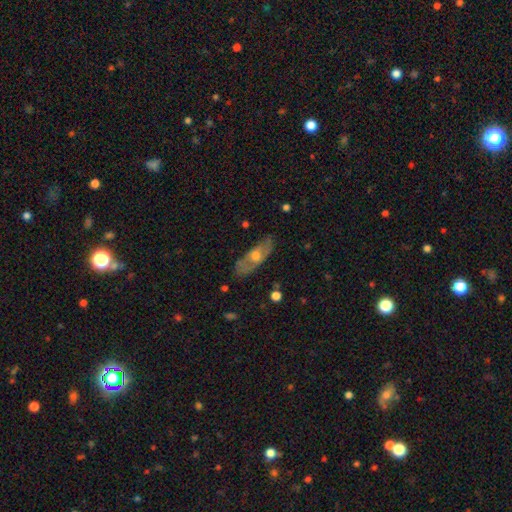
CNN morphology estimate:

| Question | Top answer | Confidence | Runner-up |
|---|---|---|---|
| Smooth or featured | featured or disk | 51% | smooth (43%) |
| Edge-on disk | no | 68% | yes (32%) |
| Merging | none | 71% | minor disturbance (21%) |